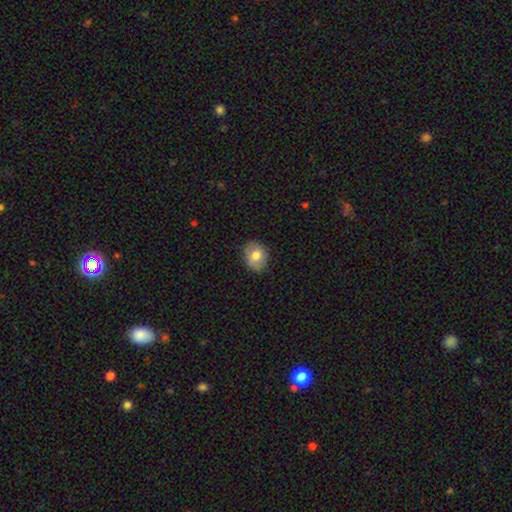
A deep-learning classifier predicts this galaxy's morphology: Smooth or featured?
  - smooth: 76% *
  - featured or disk: 16%
  - star or artifact: 8%
How rounded?
  - in between: 51% *
  - round: 48%
  - cigar-shaped: 1%
Merging?
  - none: 80% *
  - minor disturbance: 16%
  - major disturbance: 3%
  - merger: 1%